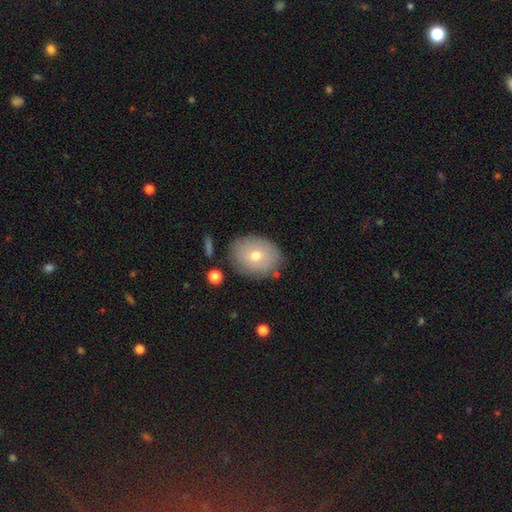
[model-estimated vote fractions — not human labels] Smooth or featured? Predicted: smooth (p=0.67). How rounded? Predicted: in between (p=0.54). Merging? Predicted: none (p=0.80).